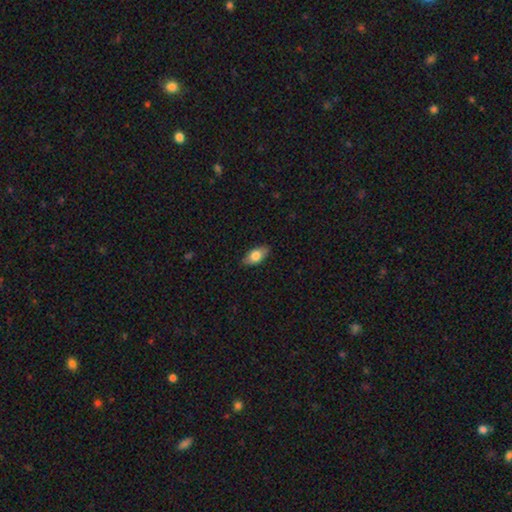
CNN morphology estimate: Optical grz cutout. It shows a smooth galaxy with no disk features (76%) that is in between round and cigar-shaped (88%). Merging: none (86%).